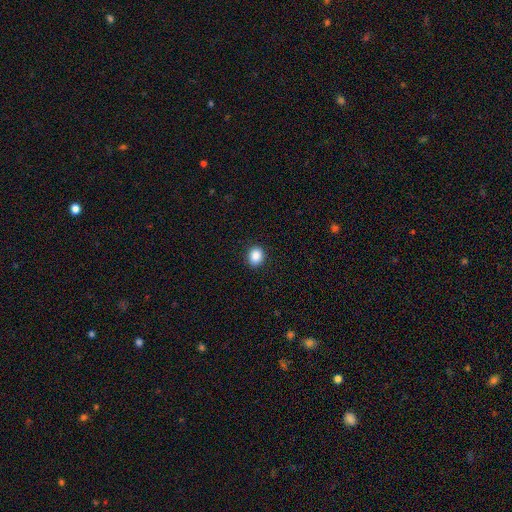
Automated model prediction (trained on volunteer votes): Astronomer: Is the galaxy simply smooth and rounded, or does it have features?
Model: smooth — 88%.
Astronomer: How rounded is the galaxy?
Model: round — 56% (runner-up: in between, 43%).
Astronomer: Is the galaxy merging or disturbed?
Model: none — 90%.